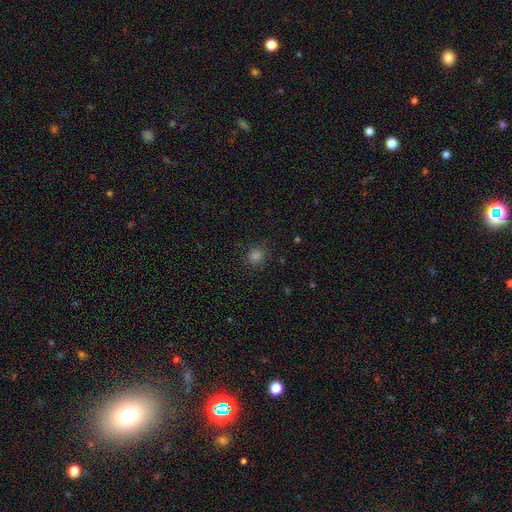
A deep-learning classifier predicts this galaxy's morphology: smooth 78%, star or artifact 18%, featured or disk 4%. Down the decision tree: how rounded — round (89%); merging — none (87%).